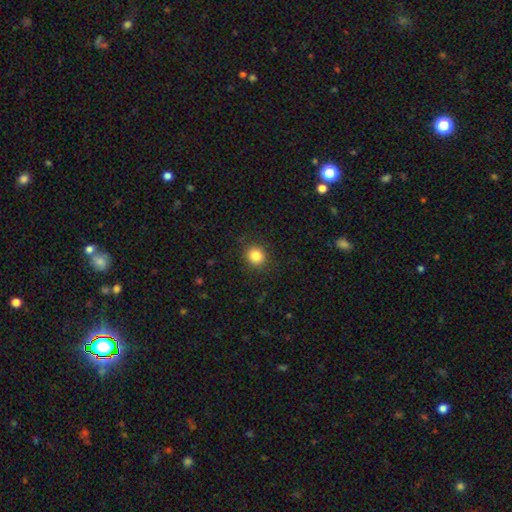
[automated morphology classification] Overall: smooth (85%). How rounded: round (83%). Merging: none (88%).